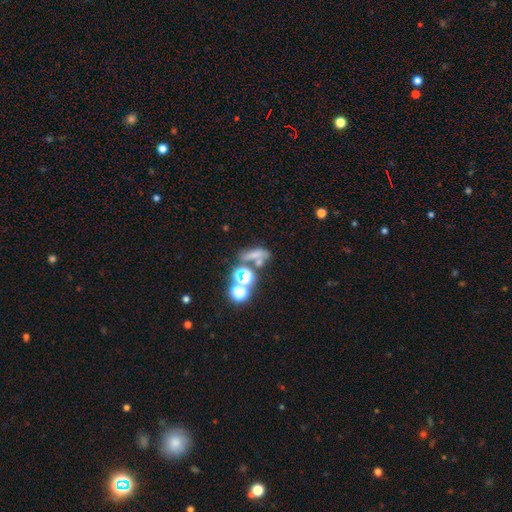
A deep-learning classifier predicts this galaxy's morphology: Smooth or featured: smooth — 53% (star or artifact — 30%)
How rounded: in between — 44% (round — 31%)
Merging: none — 43% (merger — 33%)